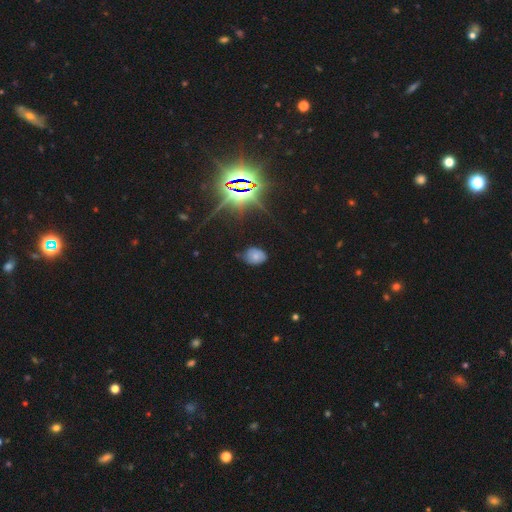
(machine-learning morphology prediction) Smooth or featured: smooth — 62% (star or artifact — 23%)
How rounded: in between — 68% (round — 31%)
Merging: none — 69% (minor disturbance — 24%)